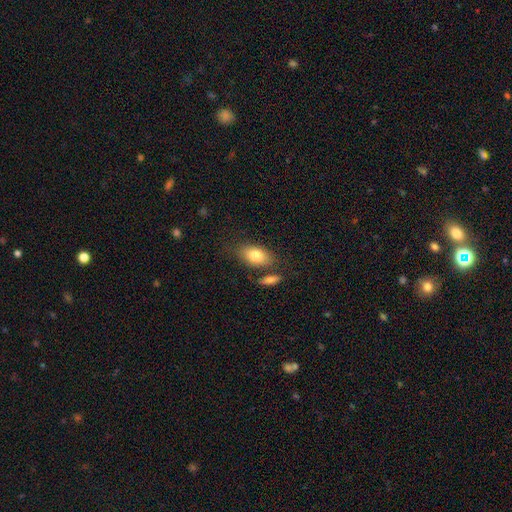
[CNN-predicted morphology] Smooth or featured: smooth — 80% (featured or disk — 13%)
How rounded: in between — 87% (round — 9%)
Merging: none — 68% (minor disturbance — 14%)